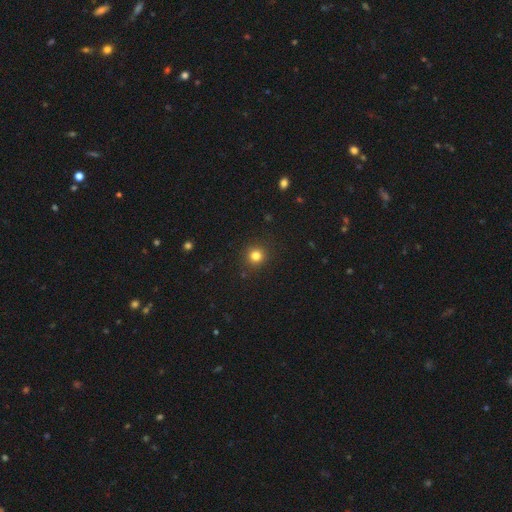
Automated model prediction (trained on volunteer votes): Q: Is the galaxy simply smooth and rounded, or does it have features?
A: smooth — 81%.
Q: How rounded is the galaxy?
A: round — 92%.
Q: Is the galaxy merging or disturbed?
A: none — 91%.